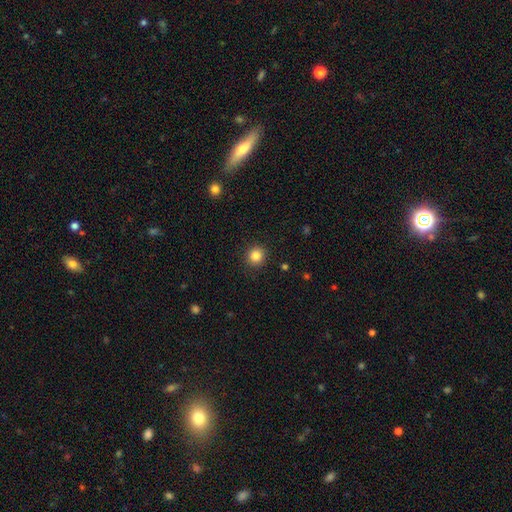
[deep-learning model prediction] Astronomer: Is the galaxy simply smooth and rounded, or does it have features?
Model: smooth — 84%.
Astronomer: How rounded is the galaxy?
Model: round — 92%.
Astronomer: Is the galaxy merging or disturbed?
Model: none — 92%.